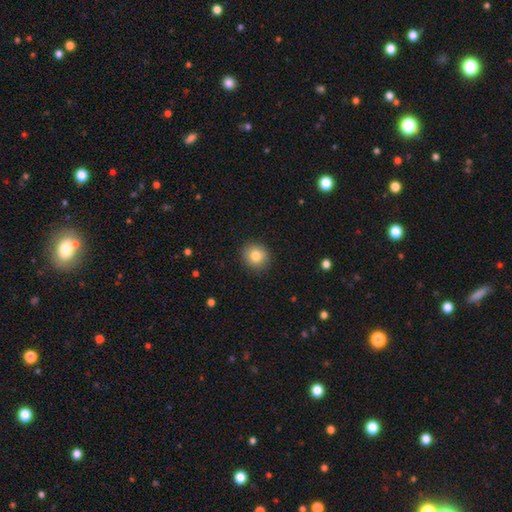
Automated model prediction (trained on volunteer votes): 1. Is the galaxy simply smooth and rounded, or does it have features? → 82% smooth, 10% star or artifact, 8% featured or disk.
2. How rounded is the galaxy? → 87% round, 12% in between, 1% cigar-shaped.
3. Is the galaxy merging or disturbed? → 90% none, 7% minor disturbance, 2% major disturbance, 1% merger.